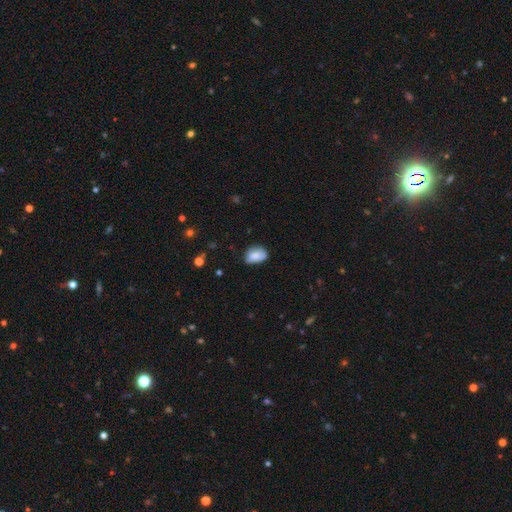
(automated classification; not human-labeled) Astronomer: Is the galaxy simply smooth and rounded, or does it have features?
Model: smooth — 79%.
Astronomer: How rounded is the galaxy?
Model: in between — 76%.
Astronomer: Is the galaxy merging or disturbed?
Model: none — 55% (runner-up: minor disturbance, 35%).